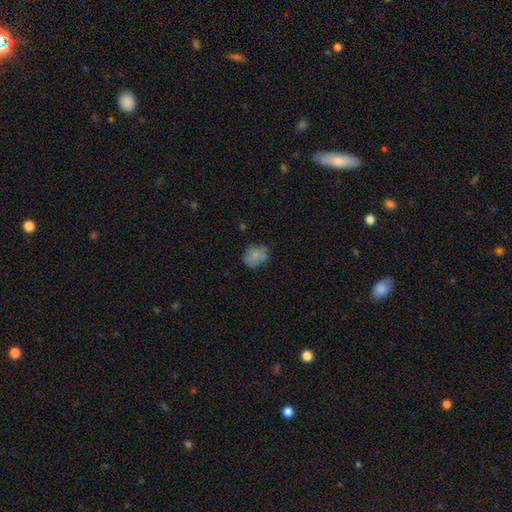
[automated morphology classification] smooth_or_featured: smooth (p=0.70) [alt: featured or disk p=0.20]
how_rounded: round (p=0.52) [alt: in between p=0.47]
merging: none (p=0.60) [alt: minor disturbance p=0.25]